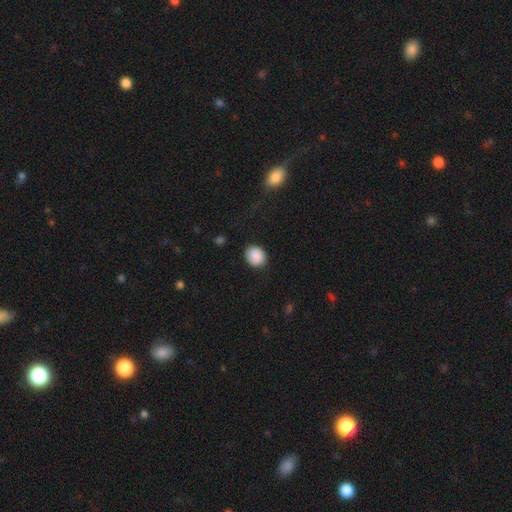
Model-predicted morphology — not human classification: Smooth or featured: smooth — 89% (star or artifact — 7%)
How rounded: round — 62% (in between — 37%)
Merging: none — 86% (minor disturbance — 10%)